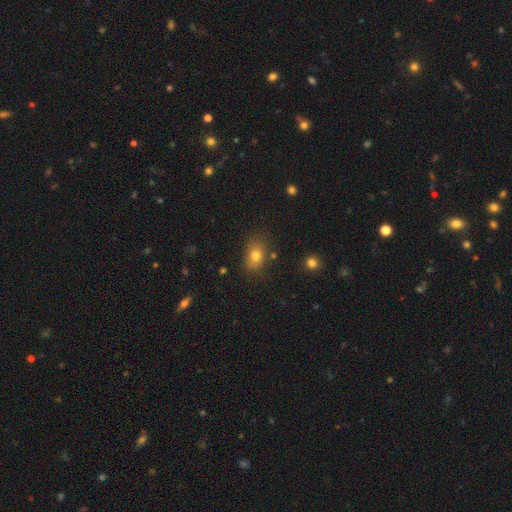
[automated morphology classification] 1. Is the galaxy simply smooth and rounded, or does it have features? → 78% smooth, 12% star or artifact, 10% featured or disk.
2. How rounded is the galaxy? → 76% in between, 23% round, 2% cigar-shaped.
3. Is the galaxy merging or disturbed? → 76% none, 16% minor disturbance, 4% major disturbance, 4% merger.